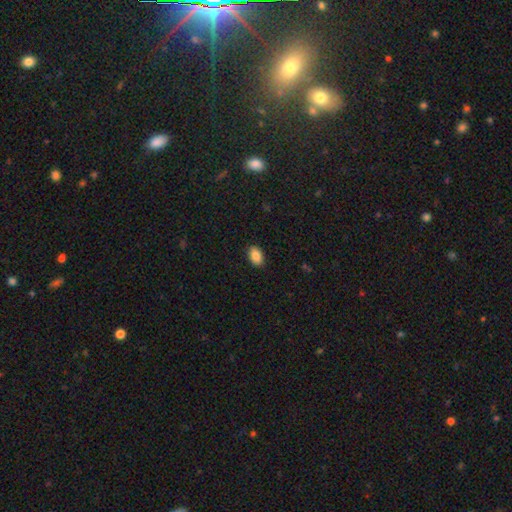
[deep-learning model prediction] The model was most divided on "smooth or featured": smooth: 87%, star or artifact: 8%, featured or disk: 5%. More confident: how rounded — in between (90%); merging — none (90%).